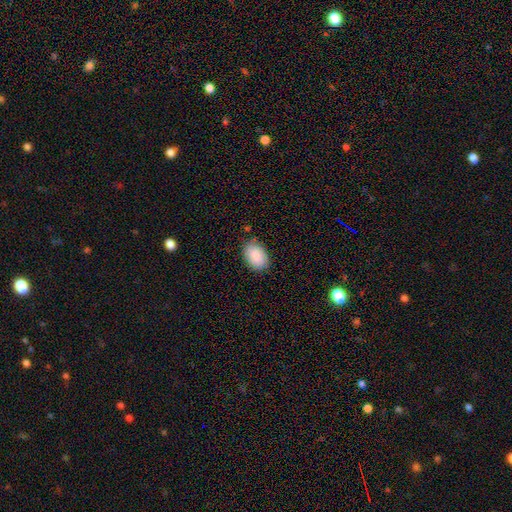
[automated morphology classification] smooth-or-featured: smooth: 86% | featured or disk: 7% | star or artifact: 7%
  how-rounded: in between: 83% | round: 16% | cigar-shaped: 1%
  merging: none: 82% | minor disturbance: 14% | major disturbance: 3% | merger: 2%